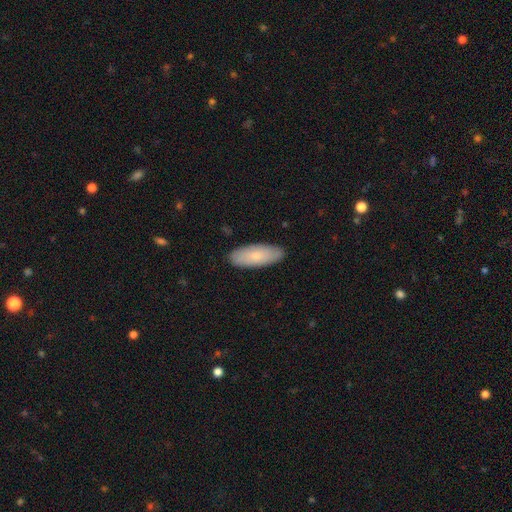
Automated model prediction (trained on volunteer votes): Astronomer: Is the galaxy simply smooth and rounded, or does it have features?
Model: smooth — 78%.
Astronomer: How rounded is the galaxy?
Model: in between — 78%.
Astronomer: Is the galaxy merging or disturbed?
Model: none — 88%.